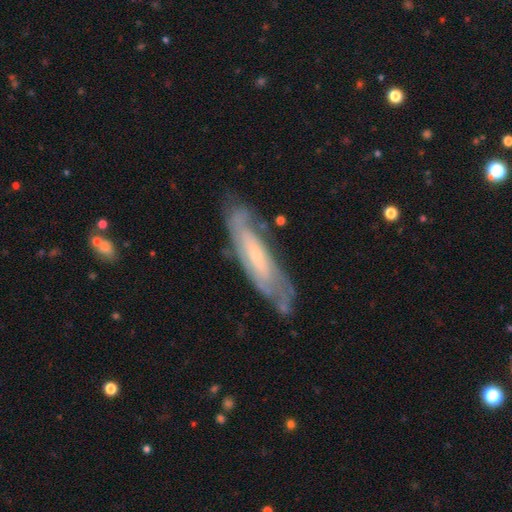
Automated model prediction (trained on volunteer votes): smooth-or-featured: featured or disk: 69% | smooth: 24% | star or artifact: 6%
  disk-edge-on: no: 66% | yes: 34%
  merging: none: 70% | minor disturbance: 20% | major disturbance: 7% | merger: 3%